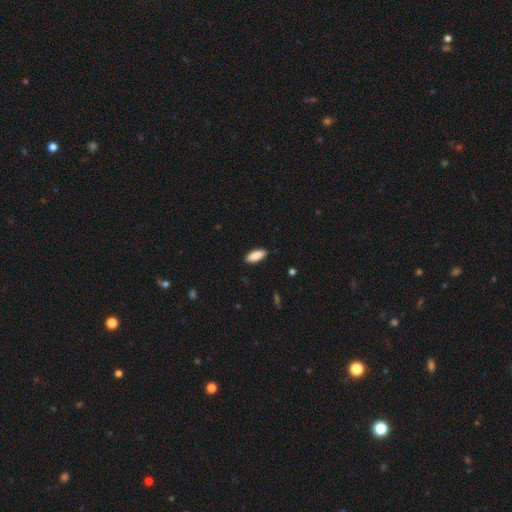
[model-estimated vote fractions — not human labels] This is clearly a smooth galaxy (89%). How rounded: likely in between (80%). Merging: clearly none (89%).